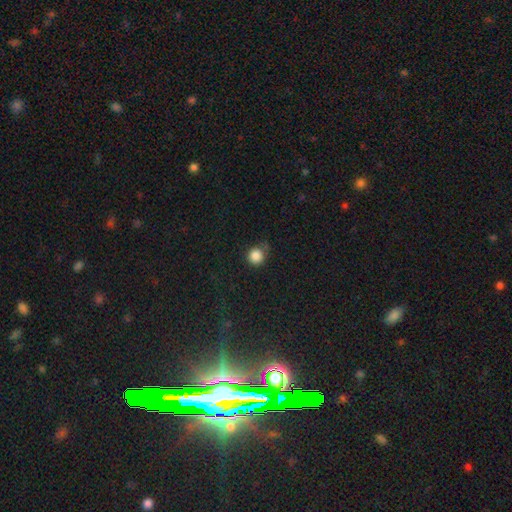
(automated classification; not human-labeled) This is clearly a smooth galaxy (85%). How rounded: clearly round (93%). Merging: likely none (69%).